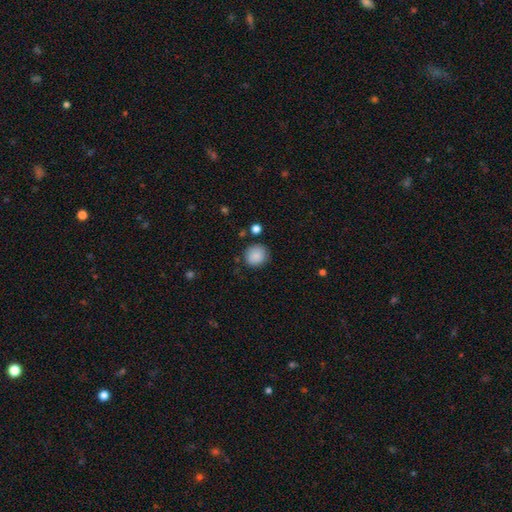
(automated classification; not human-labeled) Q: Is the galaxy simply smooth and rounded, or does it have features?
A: smooth — 87%.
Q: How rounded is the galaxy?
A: round — 87%.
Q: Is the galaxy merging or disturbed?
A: none — 83%.